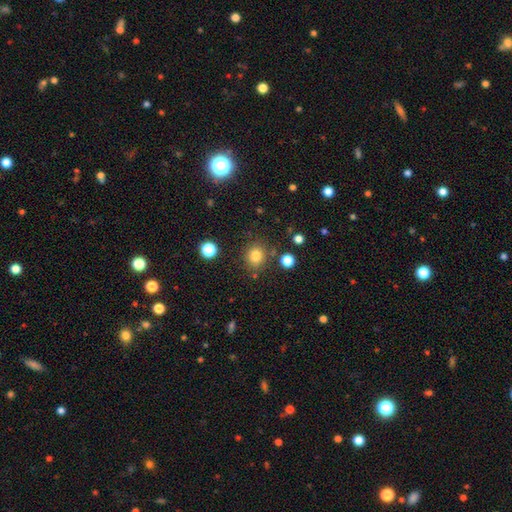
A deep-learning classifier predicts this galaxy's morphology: Smooth or featured?
  - smooth: 81% *
  - star or artifact: 13%
  - featured or disk: 6%
How rounded?
  - round: 80% *
  - in between: 19%
  - cigar-shaped: 1%
Merging?
  - none: 81% *
  - minor disturbance: 10%
  - merger: 5%
  - major disturbance: 4%